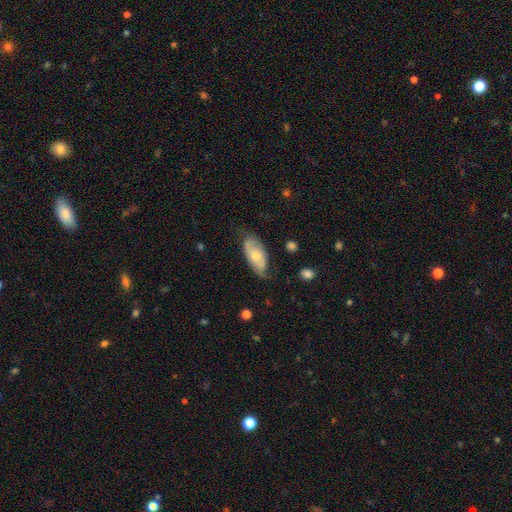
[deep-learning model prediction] Smooth or featured? Predicted: smooth (p=0.56). How rounded? Predicted: in between (p=0.90). Merging? Predicted: none (p=0.58).